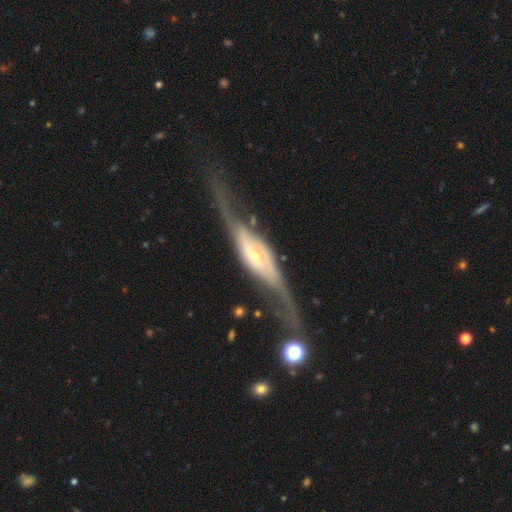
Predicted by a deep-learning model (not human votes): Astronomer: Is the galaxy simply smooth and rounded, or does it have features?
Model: featured or disk — 84%.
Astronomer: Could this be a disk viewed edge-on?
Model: no — 53% (runner-up: yes, 47%).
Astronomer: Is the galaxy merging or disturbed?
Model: none — 52%.